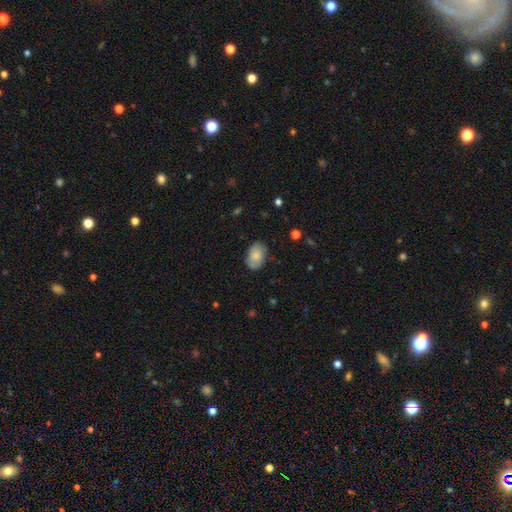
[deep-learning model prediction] This appears to be a smooth galaxy with no disk features (79%) that is in between round and cigar-shaped (87%). Merging: none (78%).